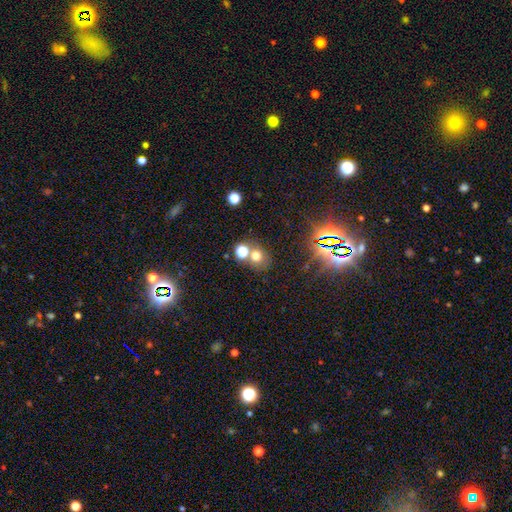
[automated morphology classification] smooth 64%, star or artifact 25%, featured or disk 11%. Down the decision tree: how rounded — round (75%); merging — none (57%).